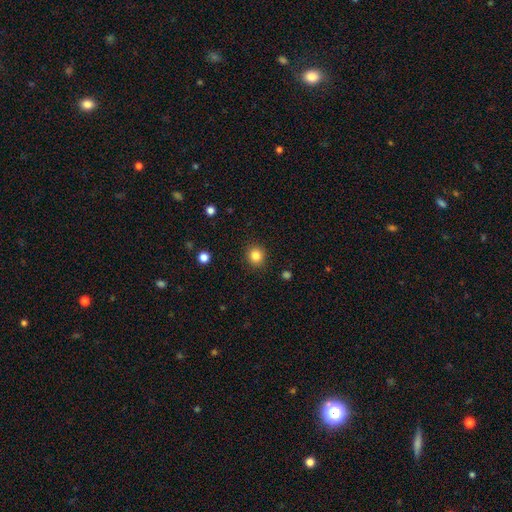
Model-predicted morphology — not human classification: Smooth or featured? smooth (84%)
How rounded? round (86%)
Merging? none (90%)